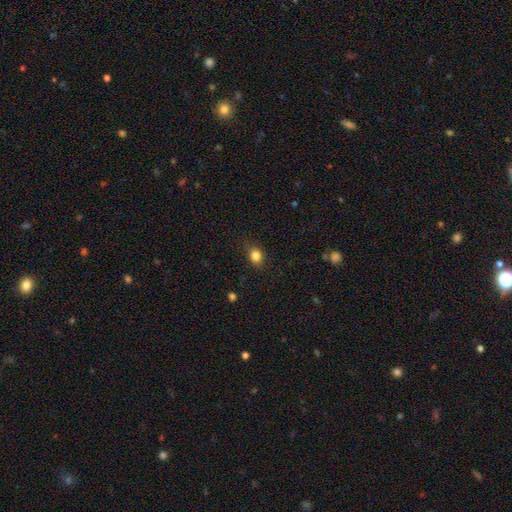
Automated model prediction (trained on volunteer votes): smooth 84%, star or artifact 11%, featured or disk 6%. Down the decision tree: how rounded — round (51%); merging — none (83%).